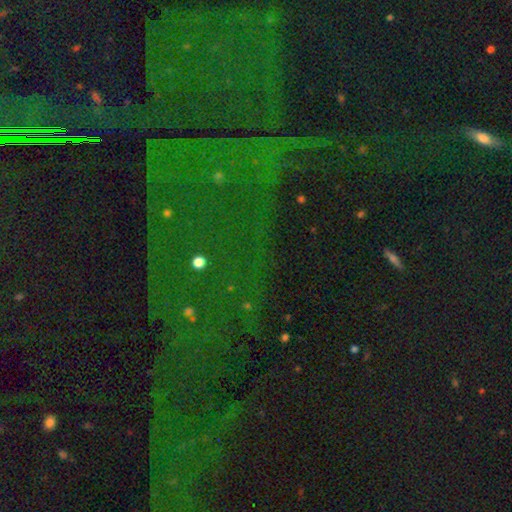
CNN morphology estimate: Overall: star or artifact (82%).